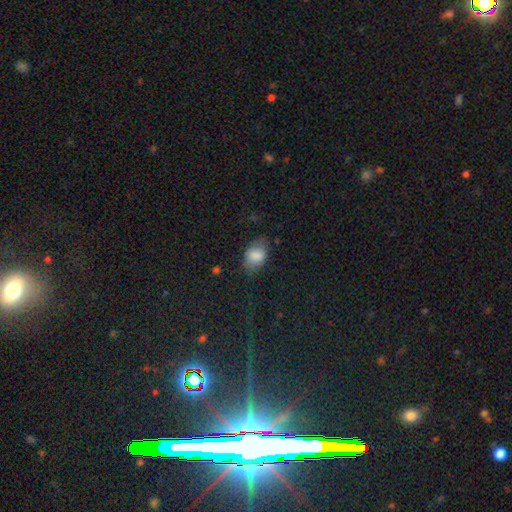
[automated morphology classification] smooth_or_featured: smooth (p=0.82) [alt: featured or disk p=0.10]
how_rounded: in between (p=0.84) [alt: round p=0.15]
merging: none (p=0.68) [alt: minor disturbance p=0.23]